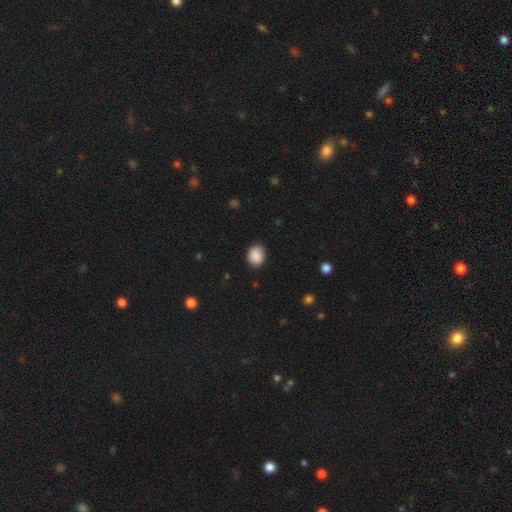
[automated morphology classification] Smooth or featured? Predicted: smooth (p=0.89). How rounded? Predicted: in between (p=0.53). Merging? Predicted: none (p=0.83).